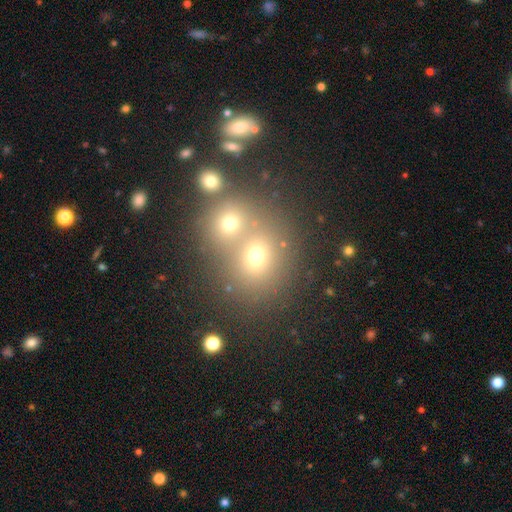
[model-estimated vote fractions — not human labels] This appears to be a smooth galaxy with no disk features (53%) that is round (74%). Merging: merger (51%).